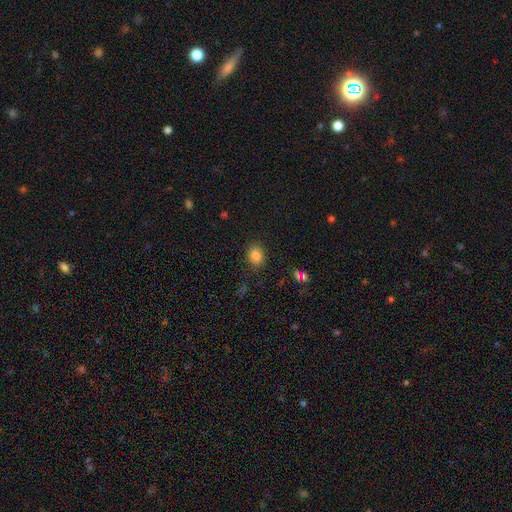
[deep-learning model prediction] A smooth galaxy with no disk features (84%) that is in between round and cigar-shaped (59%). Merging: none (84%).